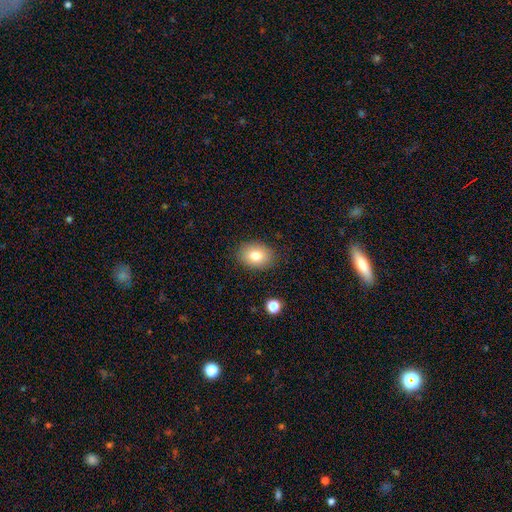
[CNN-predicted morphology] Q: Smooth or featured?
A: smooth (81%); runner-up: featured or disk (11%)
Q: How rounded?
A: in between (73%); runner-up: round (26%)
Q: Merging?
A: none (86%); runner-up: minor disturbance (10%)